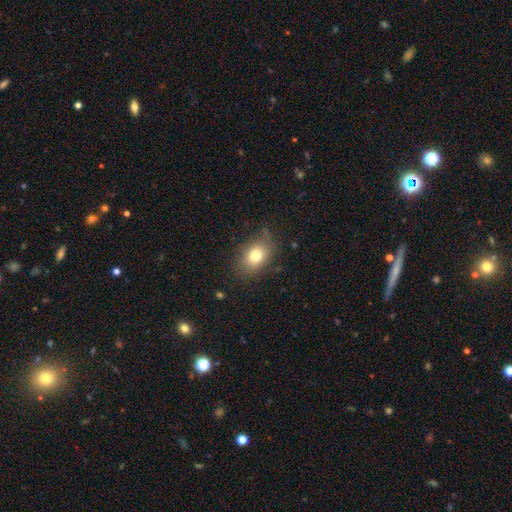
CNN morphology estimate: Q: Smooth or featured?
A: smooth (77%); runner-up: featured or disk (13%)
Q: How rounded?
A: in between (72%); runner-up: round (26%)
Q: Merging?
A: none (76%); runner-up: minor disturbance (17%)